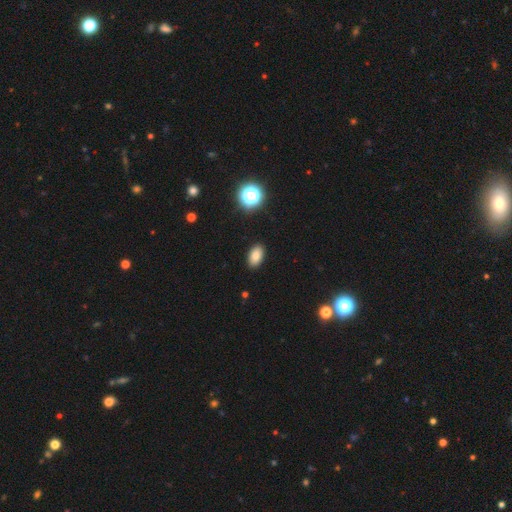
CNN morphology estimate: Smooth or featured: smooth — 82% (star or artifact — 11%)
How rounded: in between — 91% (round — 7%)
Merging: none — 90% (minor disturbance — 7%)